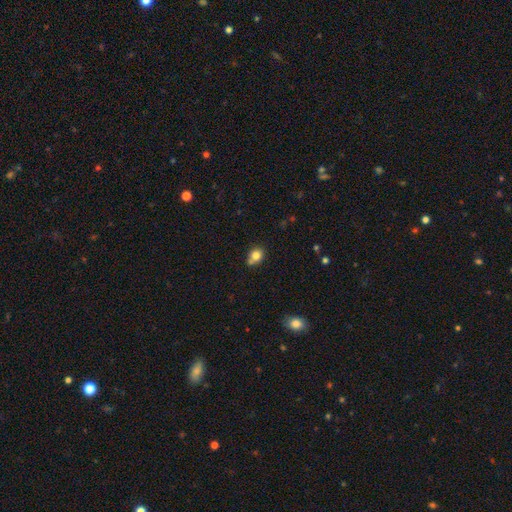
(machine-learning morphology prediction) smooth_or_featured: smooth (p=0.80) [alt: star or artifact p=0.11]
how_rounded: round (p=0.55) [alt: in between p=0.44]
merging: none (p=0.55) [alt: minor disturbance p=0.23]